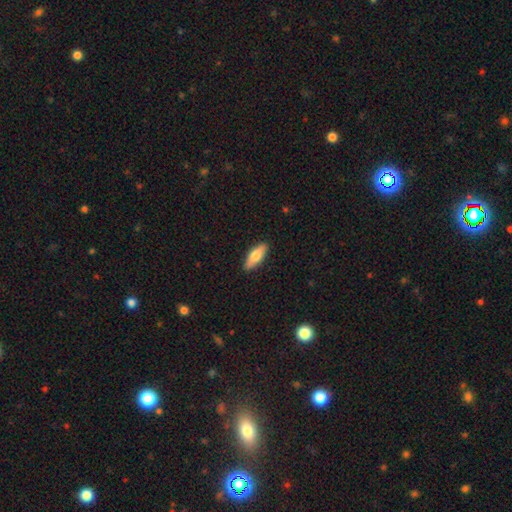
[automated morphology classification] smooth-or-featured: smooth: 68% | featured or disk: 27% | star or artifact: 5%
  how-rounded: in between: 64% | cigar-shaped: 34% | round: 2%
  merging: none: 89% | minor disturbance: 8% | major disturbance: 2% | merger: 1%